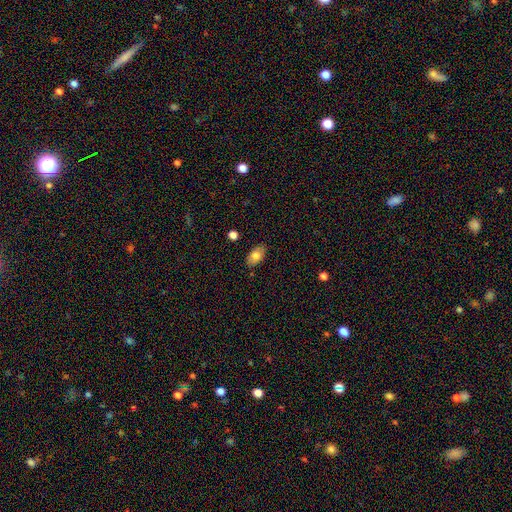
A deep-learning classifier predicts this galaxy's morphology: Smooth or featured? smooth (77%)
How rounded? in between (92%)
Merging? none (84%)